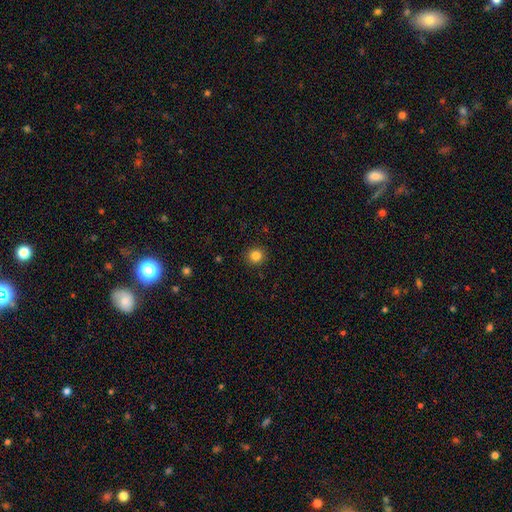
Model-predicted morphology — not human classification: smooth 84%, star or artifact 12%, featured or disk 5%. Down the decision tree: how rounded — round (92%); merging — none (91%).